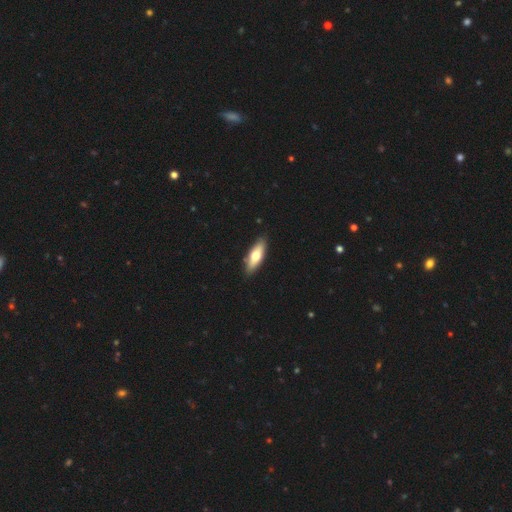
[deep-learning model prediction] Smooth or featured?
  - smooth: 62% *
  - featured or disk: 33%
  - star or artifact: 5%
How rounded?
  - in between: 58% *
  - cigar-shaped: 40%
  - round: 2%
Merging?
  - none: 88% *
  - minor disturbance: 9%
  - major disturbance: 2%
  - merger: 1%